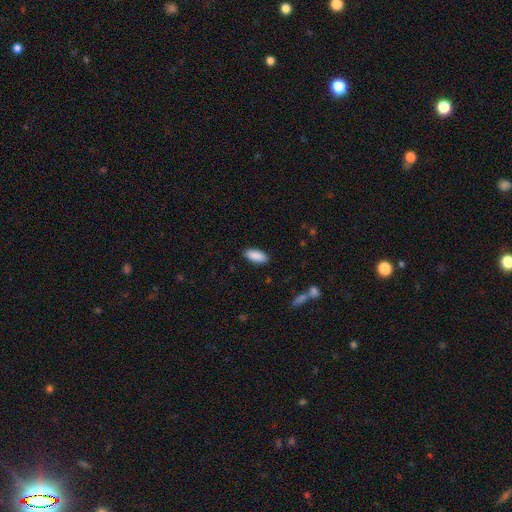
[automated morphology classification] type=smooth (90%); roundness=in between (84%); merging=none (89%).